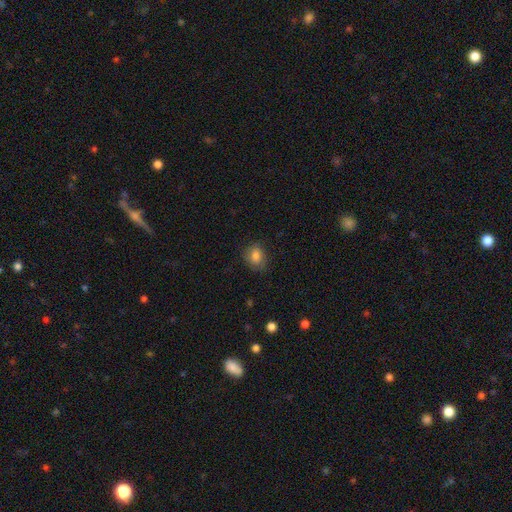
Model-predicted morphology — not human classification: Smooth or featured? smooth (83%)
How rounded? in between (50%)
Merging? none (76%)